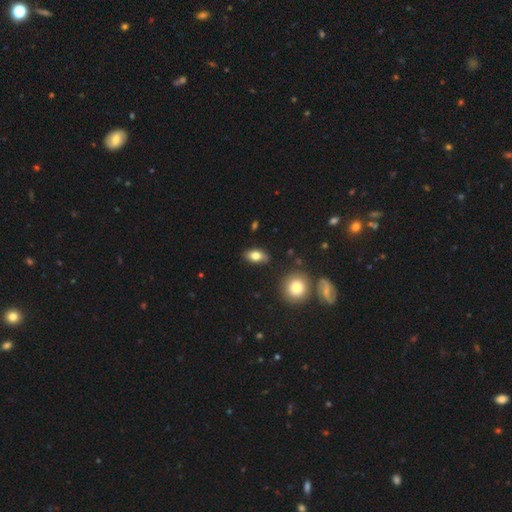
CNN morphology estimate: smooth-or-featured: smooth: 78% | featured or disk: 14% | star or artifact: 8%
  how-rounded: in between: 87% | round: 9% | cigar-shaped: 4%
  merging: none: 82% | minor disturbance: 13% | major disturbance: 3% | merger: 2%